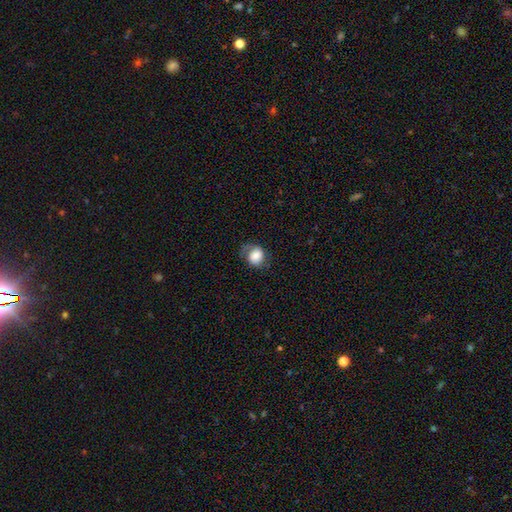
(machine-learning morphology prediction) Overall: smooth (68%). How rounded: round (62%; in between 37%). Merging: none (55%; minor disturbance 27%).